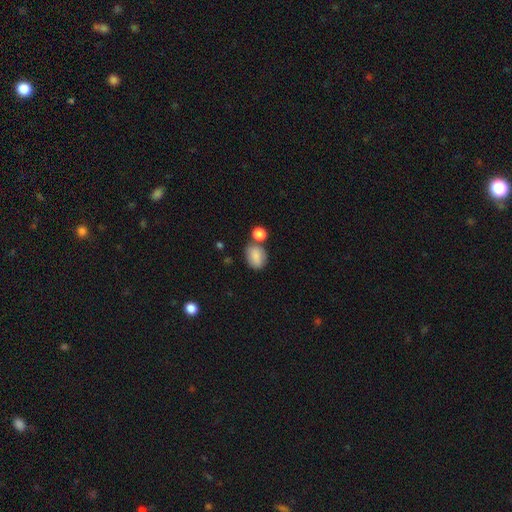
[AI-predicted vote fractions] smooth_or_featured: smooth (p=0.84) [alt: star or artifact p=0.08]
how_rounded: in between (p=0.68) [alt: round p=0.31]
merging: none (p=0.60) [alt: merger p=0.20]